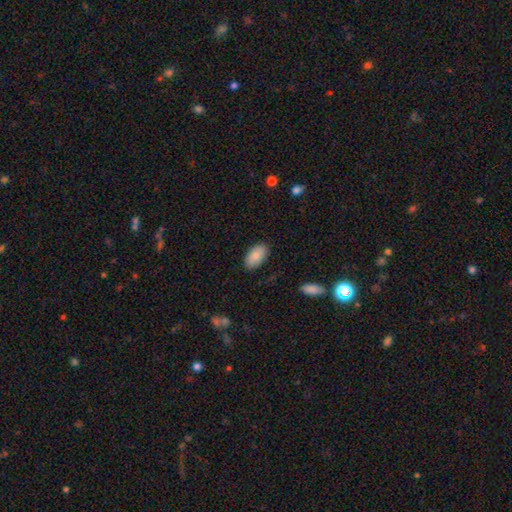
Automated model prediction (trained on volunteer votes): smooth 85%, featured or disk 9%, star or artifact 7%. Down the decision tree: how rounded — in between (95%); merging — none (85%).